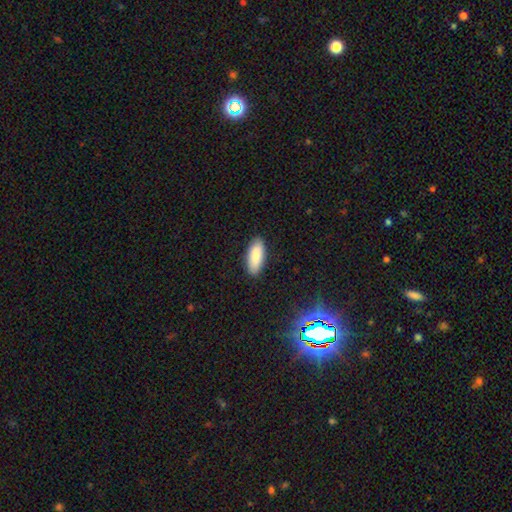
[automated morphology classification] This appears to be a smooth galaxy with no disk features (86%) that is in between round and cigar-shaped (80%). Merging: none (89%).